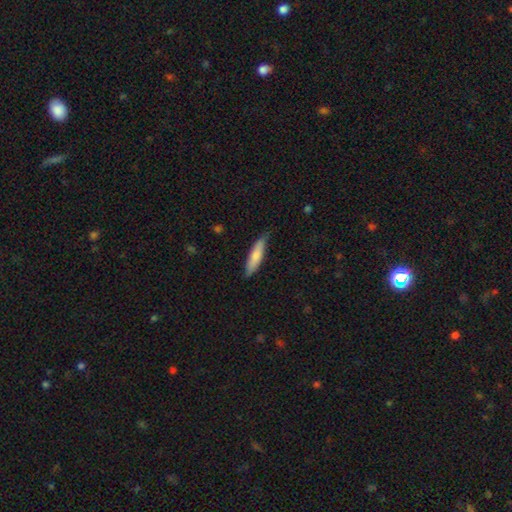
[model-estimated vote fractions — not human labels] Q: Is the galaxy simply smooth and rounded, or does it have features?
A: smooth — 76%.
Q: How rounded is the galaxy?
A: cigar-shaped — 73%.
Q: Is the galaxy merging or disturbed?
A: none — 74%.